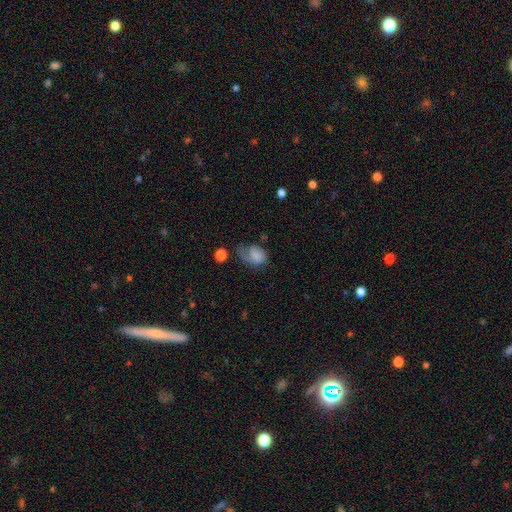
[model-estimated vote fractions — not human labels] Smooth or featured? Predicted: smooth (p=0.60). How rounded? Predicted: in between (p=0.73). Merging? Predicted: major disturbance (p=0.35).